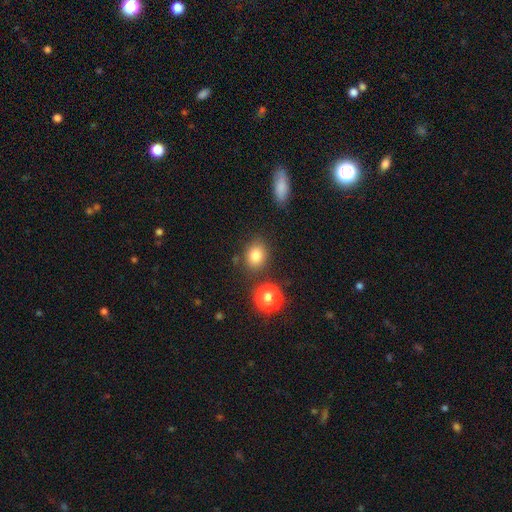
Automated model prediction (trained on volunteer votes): Q: Smooth or featured?
A: smooth (81%); runner-up: star or artifact (12%)
Q: How rounded?
A: round (50%); runner-up: in between (49%)
Q: Merging?
A: none (79%); runner-up: minor disturbance (12%)